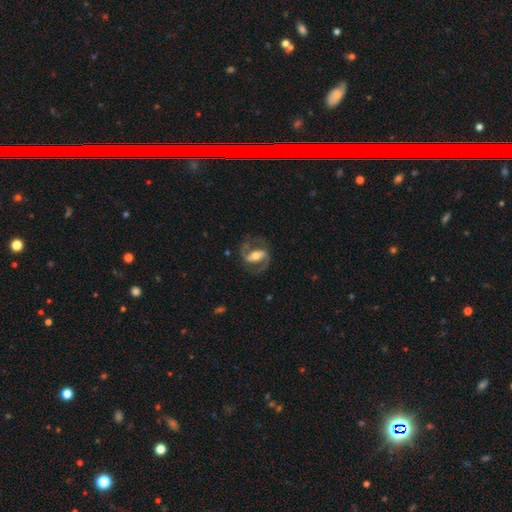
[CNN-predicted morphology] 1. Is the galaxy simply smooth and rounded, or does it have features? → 85% featured or disk, 10% smooth, 5% star or artifact.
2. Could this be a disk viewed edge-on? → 96% no, 4% yes.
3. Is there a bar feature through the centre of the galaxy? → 53% strong, 30% weak, 17% no.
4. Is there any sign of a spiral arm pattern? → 92% yes, 8% no.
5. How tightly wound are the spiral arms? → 57% medium, 23% loose, 20% tight.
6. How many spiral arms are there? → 91% 2, 3% can't tell, 3% 1, 1% 3, 1% 4, 1% more than 4.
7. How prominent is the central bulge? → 64% moderate, 22% small, 11% large, 2% none, 1% dominant.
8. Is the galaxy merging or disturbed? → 74% none, 14% minor disturbance, 10% major disturbance, 1% merger.